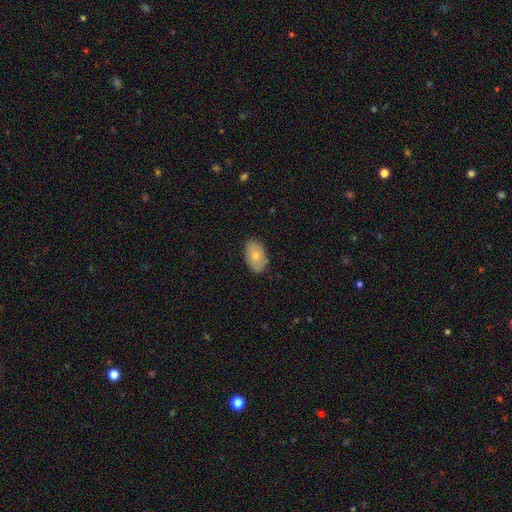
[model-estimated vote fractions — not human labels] Smooth or featured?
  - smooth: 74% *
  - featured or disk: 20%
  - star or artifact: 7%
How rounded?
  - in between: 90% *
  - round: 8%
  - cigar-shaped: 1%
Merging?
  - none: 85% *
  - minor disturbance: 12%
  - major disturbance: 2%
  - merger: 1%